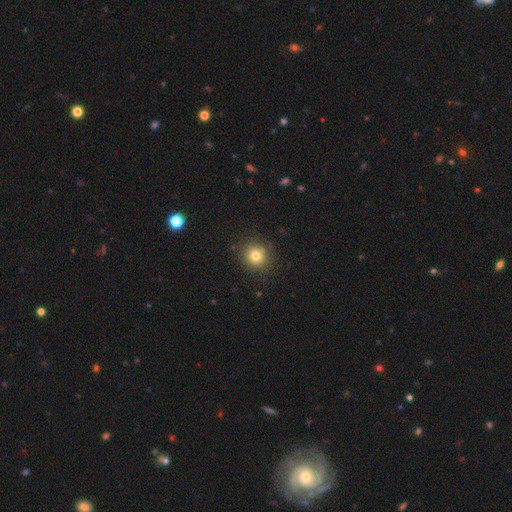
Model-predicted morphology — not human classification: Smooth or featured: smooth — 78% (star or artifact — 14%)
How rounded: round — 88% (in between — 11%)
Merging: none — 87% (minor disturbance — 8%)